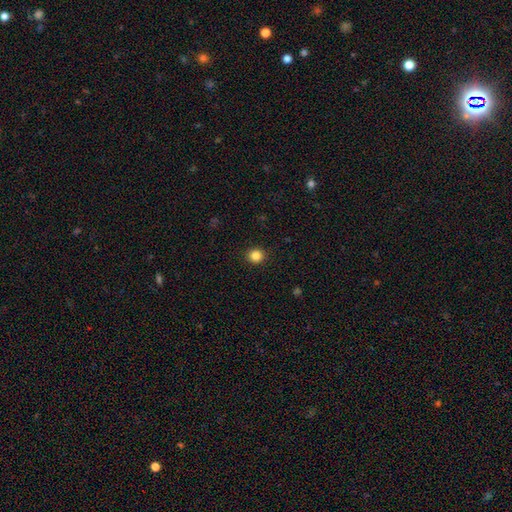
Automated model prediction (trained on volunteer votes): Smooth or featured: smooth — 85% (star or artifact — 11%)
How rounded: round — 91% (in between — 8%)
Merging: none — 92% (minor disturbance — 5%)